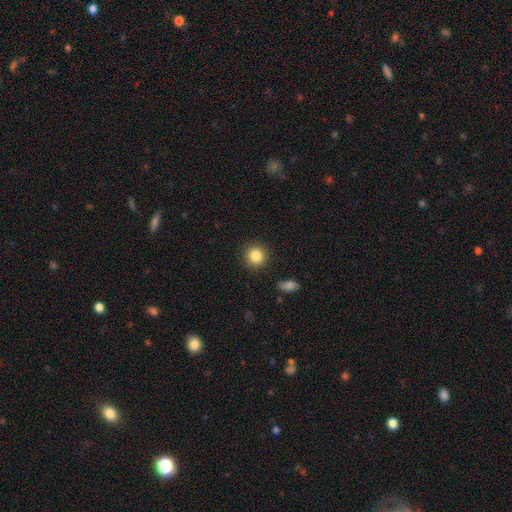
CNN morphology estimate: A smooth galaxy with no disk features (85%) that is round (91%).

Vote fractions:
- Smooth or featured? smooth: 85% / star or artifact: 9% / featured or disk: 5%
- How rounded? round: 91% / in between: 8% / cigar-shaped: 1%
- Merging? none: 90% / minor disturbance: 6% / major disturbance: 2% / merger: 2%